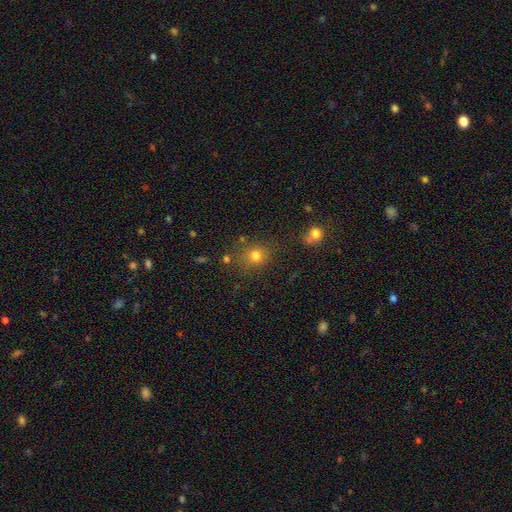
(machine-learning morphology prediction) Smooth or featured: smooth — 75% (star or artifact — 17%)
How rounded: round — 78% (in between — 21%)
Merging: none — 77% (minor disturbance — 12%)